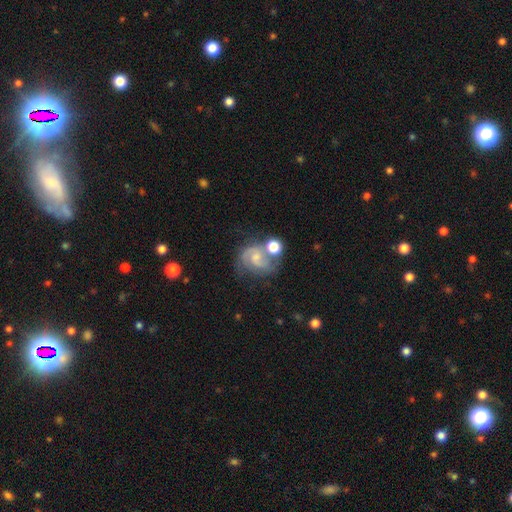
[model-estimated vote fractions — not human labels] Smooth or featured? Predicted: featured or disk (p=0.73). Edge-on disk? Predicted: no (p=0.98). Bar? Predicted: no (p=0.49). Spiral arms? Predicted: yes (p=0.93). Spiral winding? Predicted: medium (p=0.52). Spiral arm count? Predicted: 2 (p=0.81). Bulge size? Predicted: small (p=0.49). Merging? Predicted: none (p=0.47).